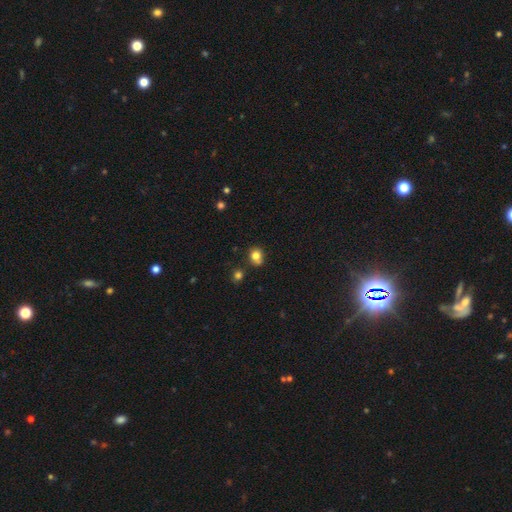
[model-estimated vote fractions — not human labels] Smooth or featured? Predicted: smooth (p=0.80). How rounded? Predicted: round (p=0.73). Merging? Predicted: none (p=0.67).